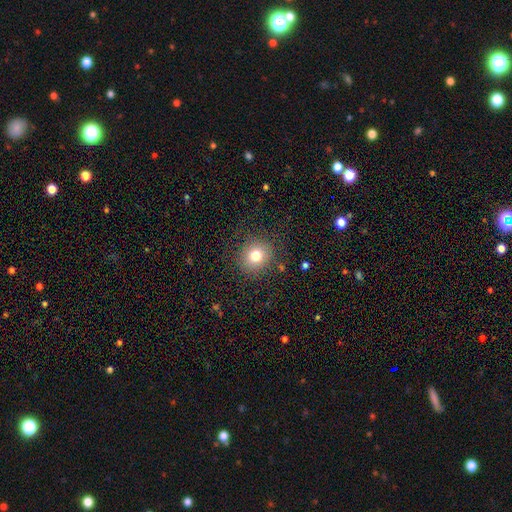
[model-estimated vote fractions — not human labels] A smooth galaxy with no disk features (77%) that is round (84%). Merging: none (85%).